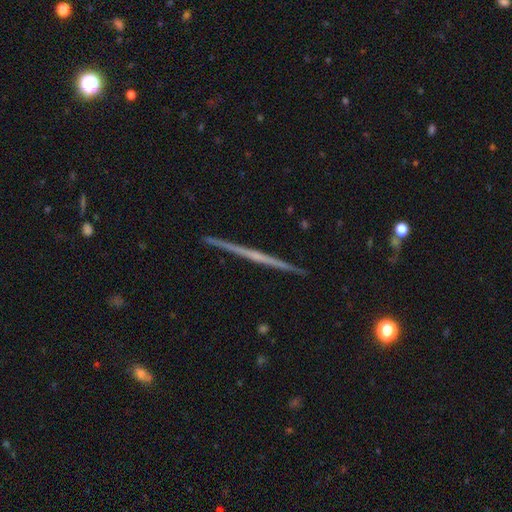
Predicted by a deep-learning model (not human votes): Smooth or featured? featured or disk (77%)
Edge-on disk? yes (99%)
Edge-on bulge? none (65%)
Merging? none (93%)